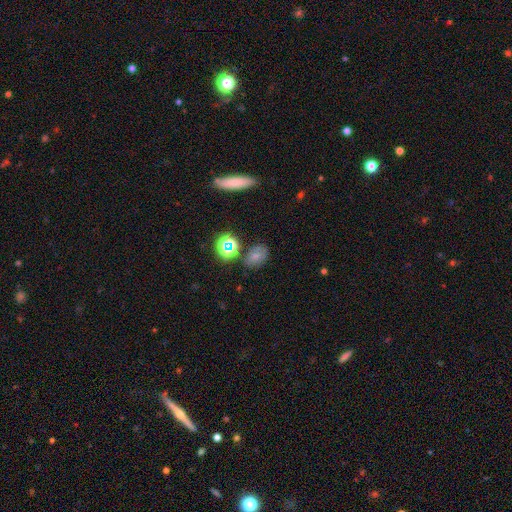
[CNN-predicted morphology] Smooth or featured? Predicted: smooth (p=0.64). How rounded? Predicted: in between (p=0.69). Merging? Predicted: none (p=0.72).